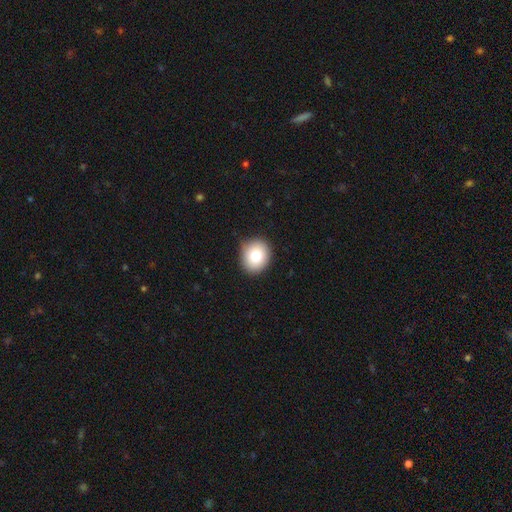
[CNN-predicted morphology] This is likely a smooth galaxy (80%). How rounded: likely round (74%). Merging: clearly none (84%).